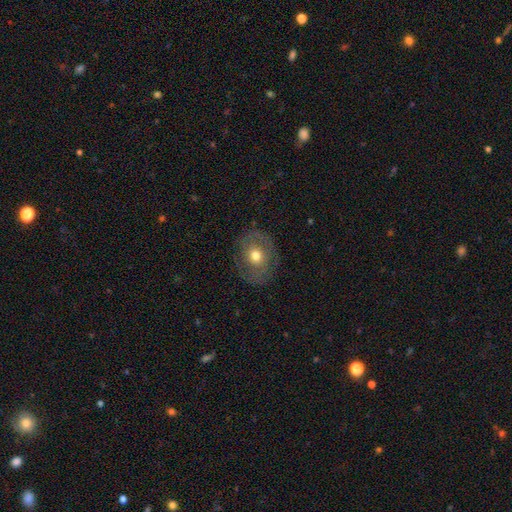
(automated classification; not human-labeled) smooth-or-featured: smooth: 51% | featured or disk: 40% | star or artifact: 9%
  how-rounded: round: 51% | in between: 48% | cigar-shaped: 1%
  merging: none: 77% | minor disturbance: 15% | major disturbance: 7% | merger: 1%